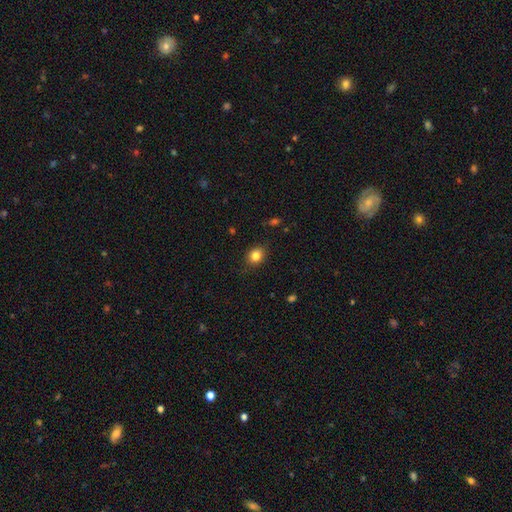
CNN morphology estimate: Smooth or featured?
  - smooth: 84% *
  - star or artifact: 11%
  - featured or disk: 6%
How rounded?
  - round: 62% *
  - in between: 37%
  - cigar-shaped: 1%
Merging?
  - none: 83% *
  - minor disturbance: 13%
  - major disturbance: 3%
  - merger: 1%